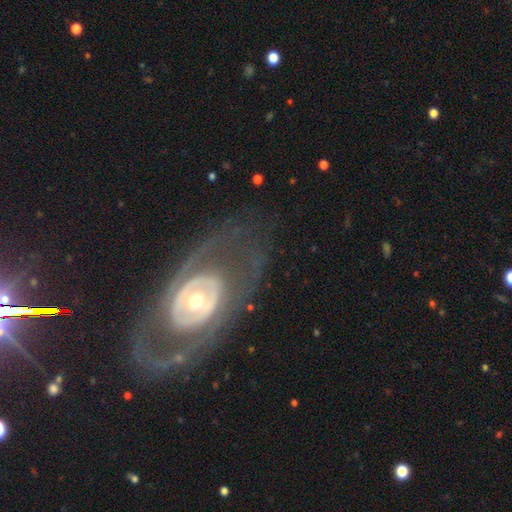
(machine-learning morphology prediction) Smooth or featured? featured or disk (78%)
Edge-on disk? no (92%)
Bar? no (70%)
Spiral arms? no (51%)
Bulge size? moderate (47%)
Merging? none (74%)